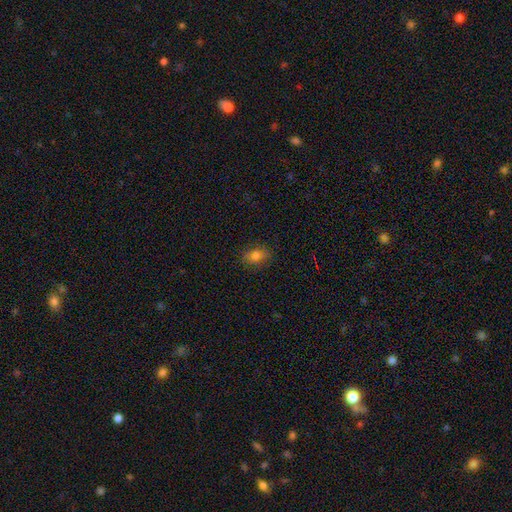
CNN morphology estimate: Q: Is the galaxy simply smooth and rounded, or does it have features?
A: smooth — 79%.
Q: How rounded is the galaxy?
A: in between — 70%.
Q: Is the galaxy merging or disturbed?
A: none — 84%.